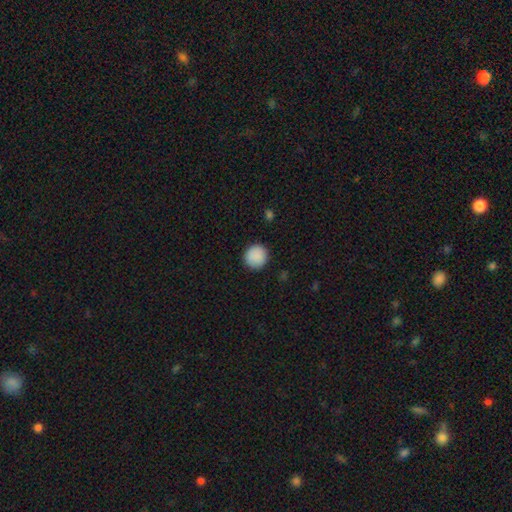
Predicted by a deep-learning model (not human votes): Smooth or featured?
  - smooth: 90% *
  - star or artifact: 8%
  - featured or disk: 3%
How rounded?
  - round: 94% *
  - in between: 5%
  - cigar-shaped: 1%
Merging?
  - none: 91% *
  - minor disturbance: 6%
  - major disturbance: 2%
  - merger: 1%